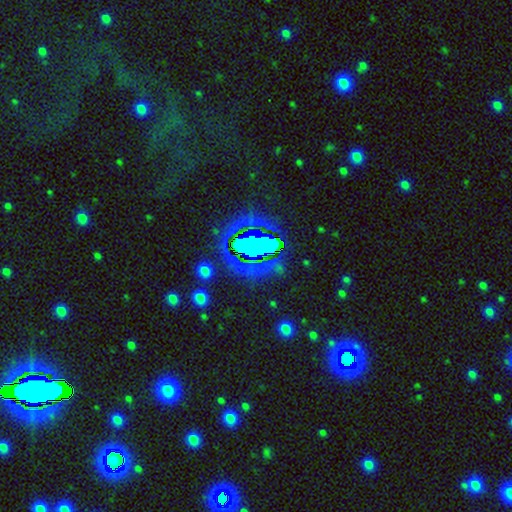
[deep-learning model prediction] Smooth or featured? star or artifact (72%)